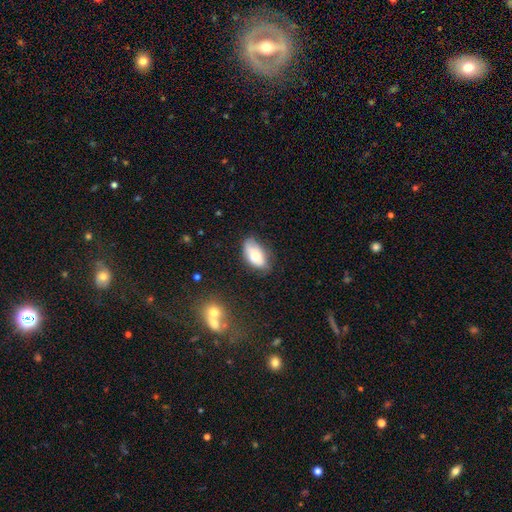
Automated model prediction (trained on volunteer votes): smooth-or-featured: smooth: 74% | featured or disk: 18% | star or artifact: 8%
  how-rounded: in between: 93% | round: 4% | cigar-shaped: 3%
  merging: none: 62% | minor disturbance: 29% | major disturbance: 7% | merger: 3%